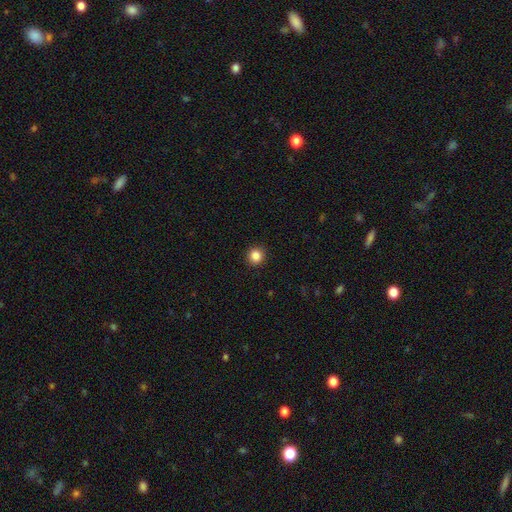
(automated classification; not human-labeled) Morphology: type=smooth (86%); roundness=round (93%); merging=none (93%).